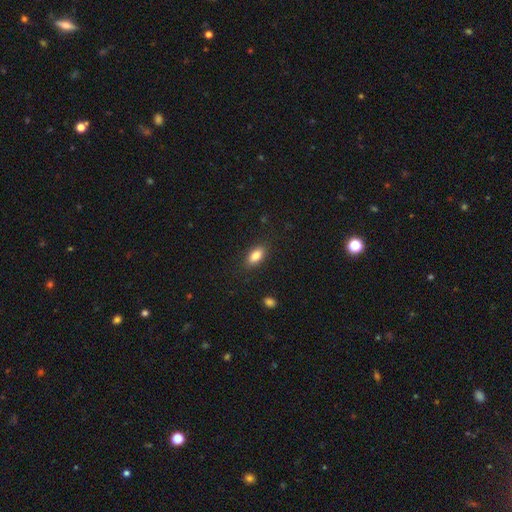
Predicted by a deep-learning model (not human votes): smooth-or-featured: smooth: 84% | featured or disk: 9% | star or artifact: 8%
  how-rounded: in between: 88% | cigar-shaped: 8% | round: 5%
  merging: none: 86% | minor disturbance: 10% | major disturbance: 3% | merger: 1%